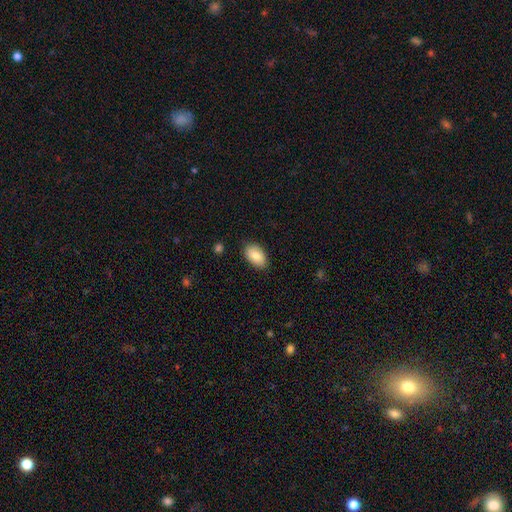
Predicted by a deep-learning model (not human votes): Morphology: type=smooth (84%); roundness=in between (92%); merging=none (85%).